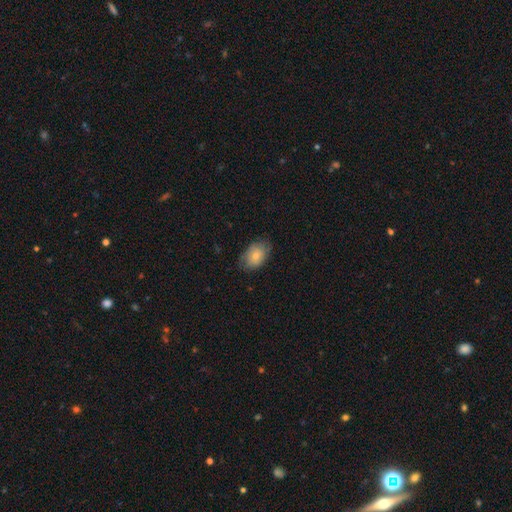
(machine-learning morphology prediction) smooth 79%, featured or disk 15%, star or artifact 6%. Down the decision tree: how rounded — in between (86%); merging — none (73%).